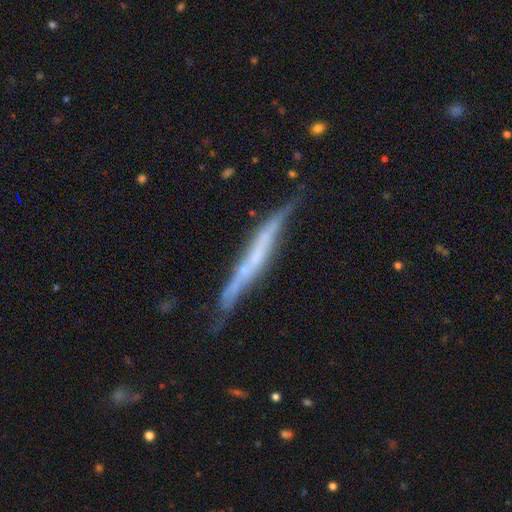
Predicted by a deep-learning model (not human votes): Overall: featured or disk (66%; smooth 28%). Edge-on disk: yes (90%). Edge-on bulge: none (73%). Merging: none (66%).